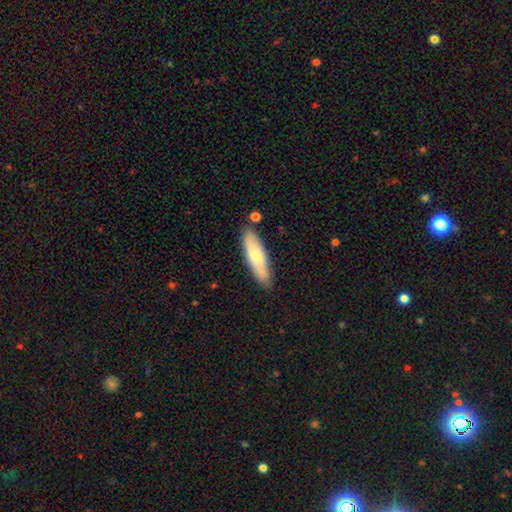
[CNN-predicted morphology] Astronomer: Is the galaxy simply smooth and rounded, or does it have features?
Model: smooth — 67%.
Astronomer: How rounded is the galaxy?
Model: cigar-shaped — 67%.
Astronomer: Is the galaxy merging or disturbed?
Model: none — 82%.